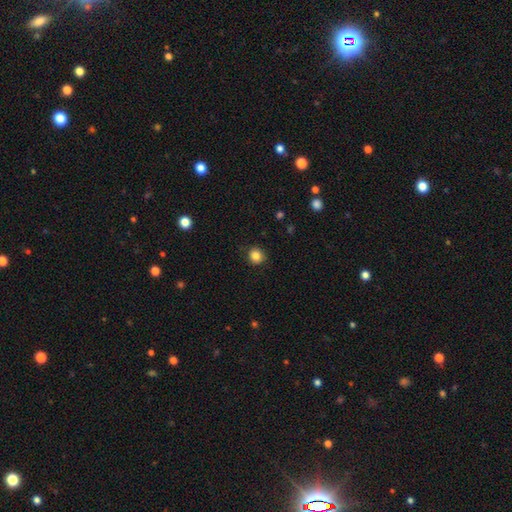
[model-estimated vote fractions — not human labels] Smooth or featured? smooth (84%)
How rounded? round (86%)
Merging? none (87%)